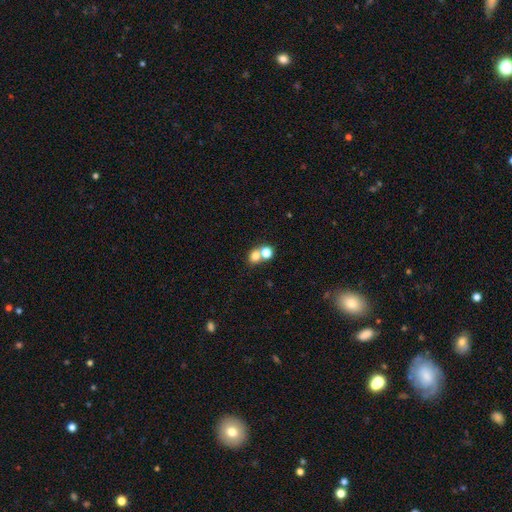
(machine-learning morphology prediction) A smooth galaxy with no disk features (74%) that is round (68%). Merging: merger (50%).